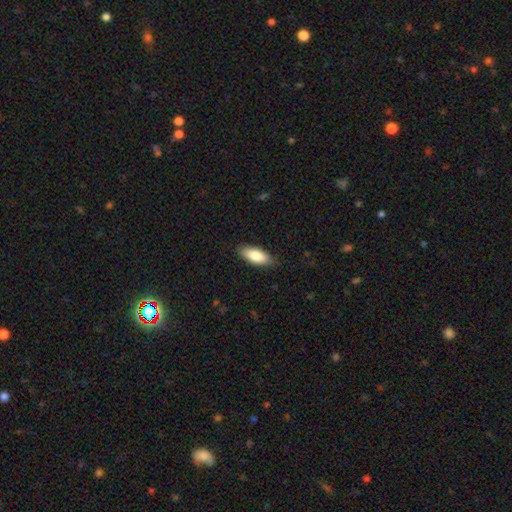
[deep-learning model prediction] Smooth or featured? smooth (83%)
How rounded? in between (78%)
Merging? none (85%)